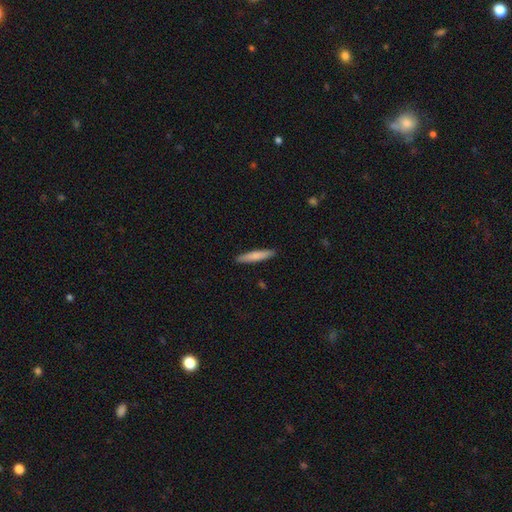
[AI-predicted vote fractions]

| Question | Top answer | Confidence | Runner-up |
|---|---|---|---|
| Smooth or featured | smooth | 77% | featured or disk (18%) |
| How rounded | cigar-shaped | 90% | in between (9%) |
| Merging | none | 91% | minor disturbance (7%) |